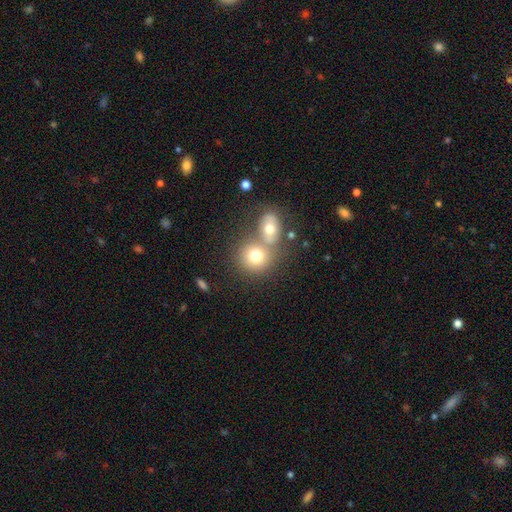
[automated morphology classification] This is likely a smooth galaxy (74%). How rounded: likely round (78%). Merging: marginally none (44%).